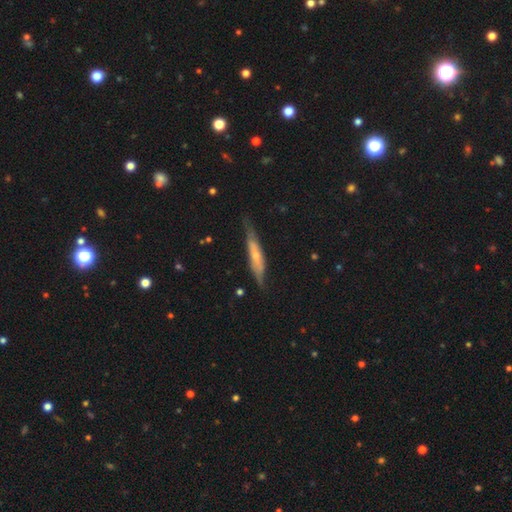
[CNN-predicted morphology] Smooth or featured?
  - featured or disk: 55% *
  - smooth: 39%
  - star or artifact: 6%
Edge-on disk?
  - yes: 73% *
  - no: 27%
Merging?
  - none: 66% *
  - minor disturbance: 26%
  - major disturbance: 7%
  - merger: 2%